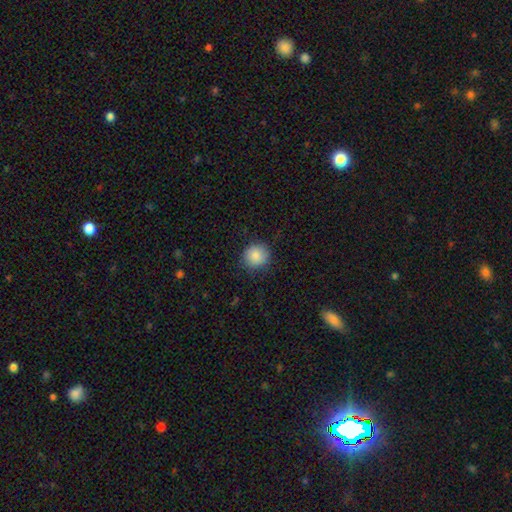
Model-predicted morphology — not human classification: Smooth or featured? smooth (86%)
How rounded? round (91%)
Merging? none (86%)